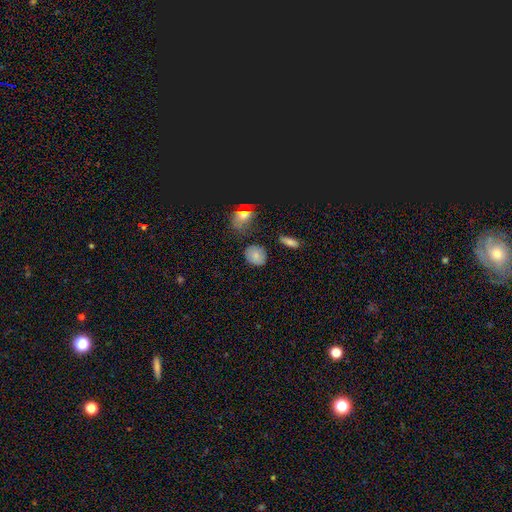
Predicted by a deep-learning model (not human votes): Smooth or featured?
  - smooth: 78% *
  - star or artifact: 12%
  - featured or disk: 10%
How rounded?
  - round: 62% *
  - in between: 37%
  - cigar-shaped: 2%
Merging?
  - none: 76% *
  - minor disturbance: 16%
  - major disturbance: 4%
  - merger: 3%